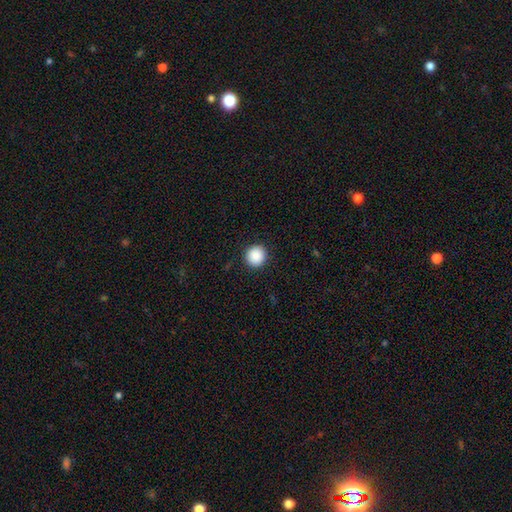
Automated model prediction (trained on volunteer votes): Morphology: type=smooth (89%); roundness=round (94%); merging=none (92%).